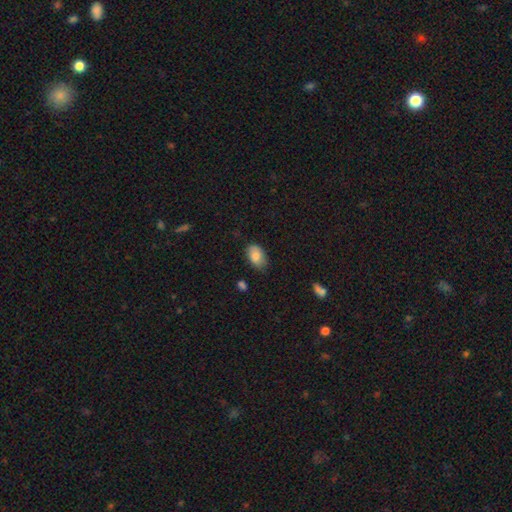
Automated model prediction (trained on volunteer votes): smooth_or_featured: smooth (p=0.85) [alt: featured or disk p=0.08]
how_rounded: in between (p=0.90) [alt: round p=0.09]
merging: none (p=0.72) [alt: minor disturbance p=0.22]